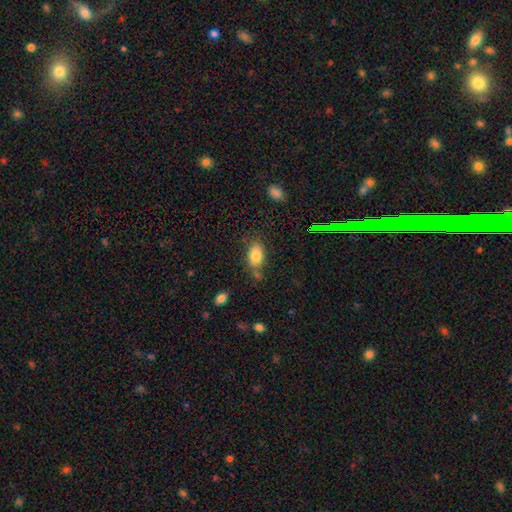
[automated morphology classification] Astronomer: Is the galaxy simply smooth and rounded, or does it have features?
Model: smooth — 81%.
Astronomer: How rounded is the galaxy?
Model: in between — 89%.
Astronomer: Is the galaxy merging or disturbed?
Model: none — 67%.